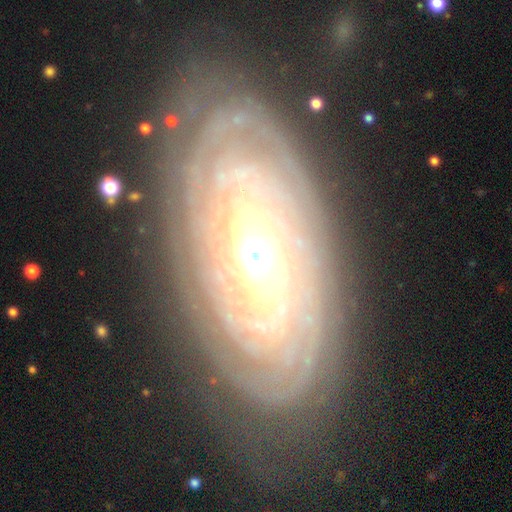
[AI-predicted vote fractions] Smooth or featured?
  - featured or disk: 86% *
  - smooth: 8%
  - star or artifact: 6%
Edge-on disk?
  - no: 91% *
  - yes: 9%
Bar?
  - no: 59% *
  - weak: 24%
  - strong: 18%
Spiral arms?
  - yes: 92% *
  - no: 8%
Spiral winding?
  - tight: 86% *
  - medium: 12%
  - loose: 3%
Spiral arm count?
  - can't tell: 38% *
  - 2: 16%
  - more than 4: 14%
  - 3: 14%
  - 4: 11%
  - 1: 6%
Bulge size?
  - moderate: 66% *
  - large: 24%
  - small: 7%
  - dominant: 2%
  - none: 1%
Merging?
  - none: 82% *
  - minor disturbance: 12%
  - major disturbance: 4%
  - merger: 1%